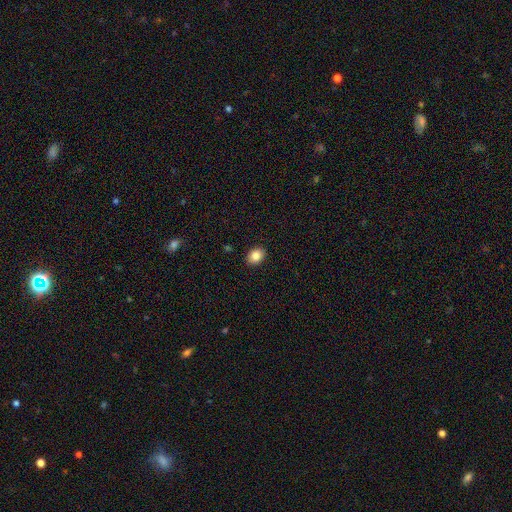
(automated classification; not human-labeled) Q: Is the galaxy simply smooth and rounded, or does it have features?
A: smooth — 86%.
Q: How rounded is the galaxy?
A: in between — 66%.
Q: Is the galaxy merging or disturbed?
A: none — 90%.